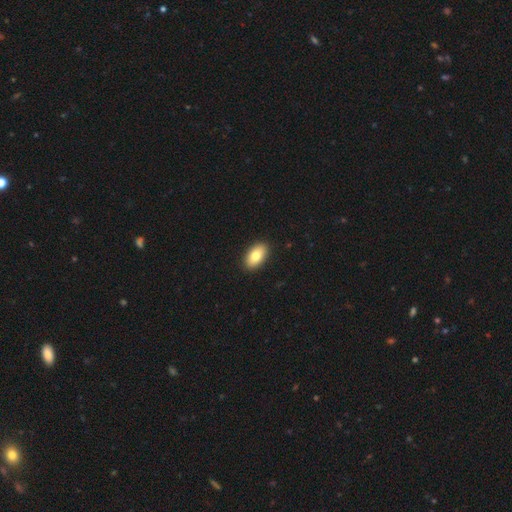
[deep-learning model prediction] smooth 81%, featured or disk 12%, star or artifact 7%. Down the decision tree: how rounded — in between (94%); merging — none (91%).